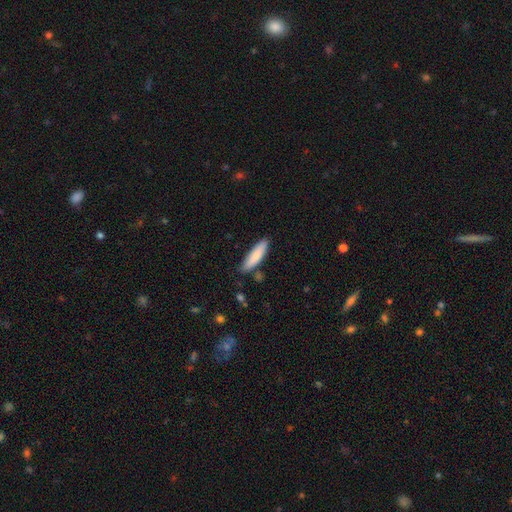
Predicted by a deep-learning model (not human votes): The model was most divided on "how rounded": cigar-shaped: 71%, in between: 27%, round: 1%. More confident: smooth or featured — smooth (83%); merging — none (82%).